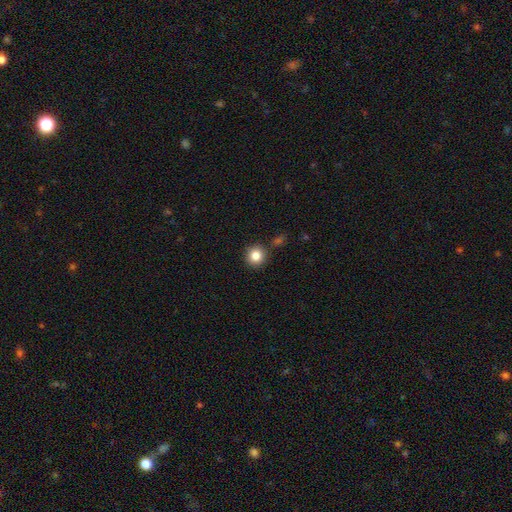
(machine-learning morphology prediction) This is clearly a smooth galaxy (84%). How rounded: clearly round (92%). Merging: clearly none (86%).